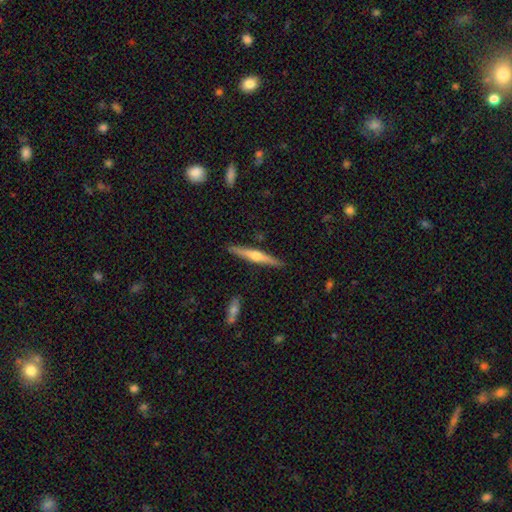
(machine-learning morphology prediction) Smooth or featured: featured or disk — 66% (smooth — 28%)
Edge-on disk: yes — 98% (no — 2%)
Edge-on bulge: rounded — 88% (none — 8%)
Merging: none — 90% (minor disturbance — 7%)